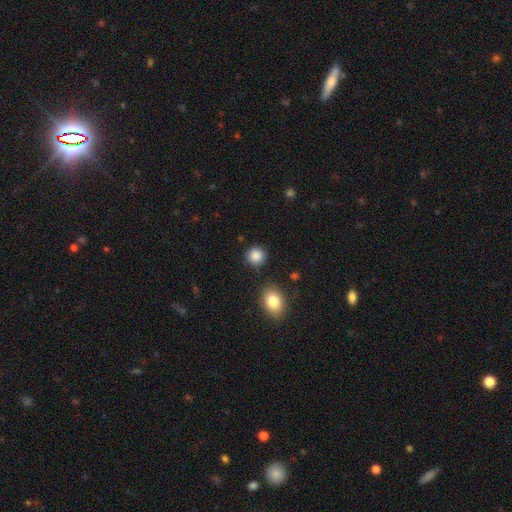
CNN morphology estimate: Smooth or featured? smooth (87%)
How rounded? round (90%)
Merging? none (85%)